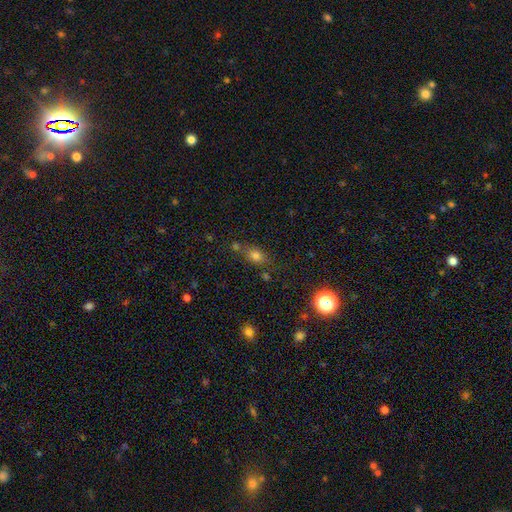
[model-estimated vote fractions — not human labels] Overall: smooth (71%). How rounded: in between (55%; round 39%). Merging: none (63%).